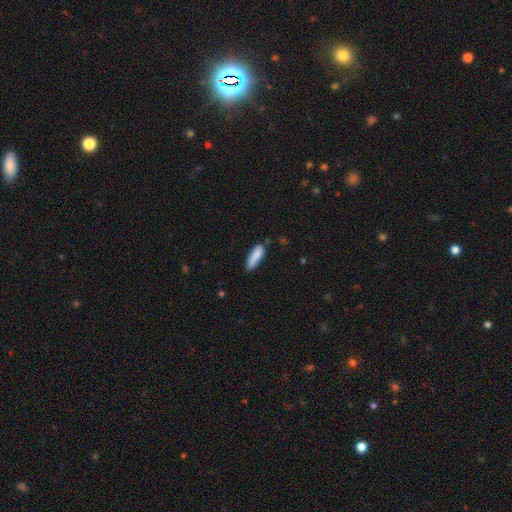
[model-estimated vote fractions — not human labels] The model was most divided on "how rounded": cigar-shaped: 50%, in between: 48%, round: 2%. More confident: smooth or featured — smooth (86%); merging — none (70%).